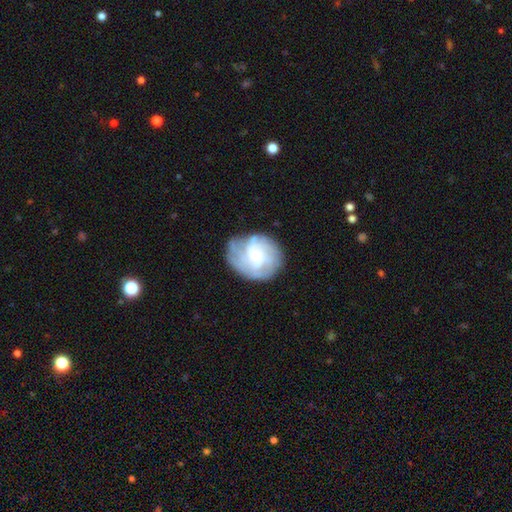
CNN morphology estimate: Smooth or featured? Predicted: featured or disk (p=0.70). Edge-on disk? Predicted: no (p=0.98). Bar? Predicted: no (p=0.68). Spiral arms? Predicted: yes (p=0.85). Spiral winding? Predicted: tight (p=0.51). Spiral arm count? Predicted: can't tell (p=0.45). Bulge size? Predicted: small (p=0.66). Merging? Predicted: none (p=0.64).